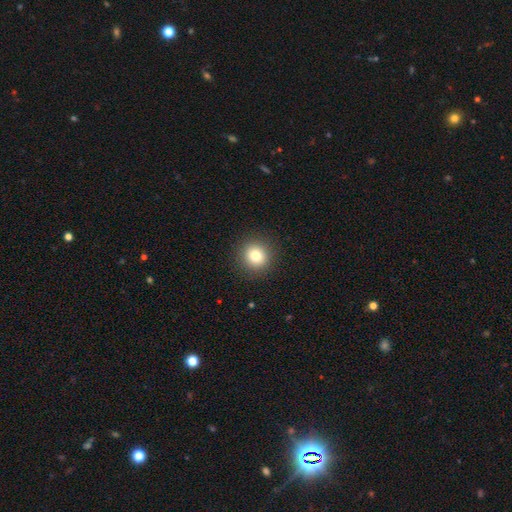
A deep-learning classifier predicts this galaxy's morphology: smooth-or-featured: smooth: 81% | star or artifact: 11% | featured or disk: 8%
  how-rounded: round: 90% | in between: 9% | cigar-shaped: 1%
  merging: none: 92% | minor disturbance: 5% | major disturbance: 2% | merger: 1%